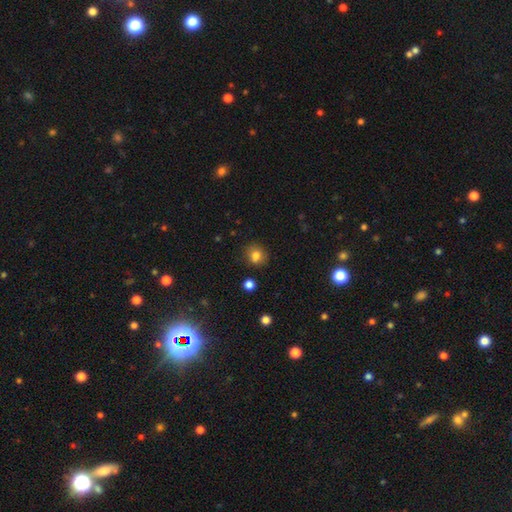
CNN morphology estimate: Smooth or featured? Predicted: smooth (p=0.80). How rounded? Predicted: round (p=0.73). Merging? Predicted: none (p=0.80).